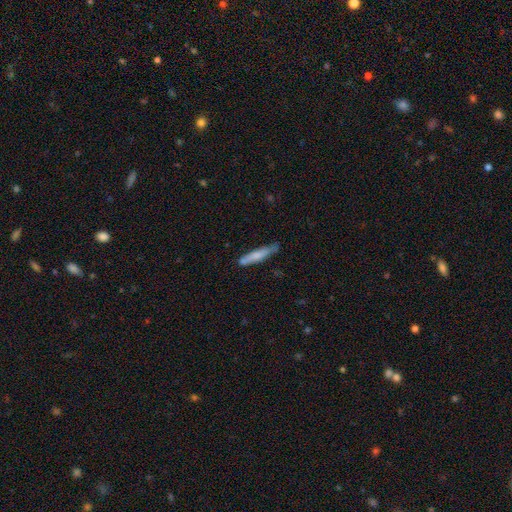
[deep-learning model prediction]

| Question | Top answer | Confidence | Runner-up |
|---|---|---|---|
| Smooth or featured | smooth | 66% | featured or disk (28%) |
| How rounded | cigar-shaped | 90% | in between (9%) |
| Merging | none | 72% | minor disturbance (20%) |